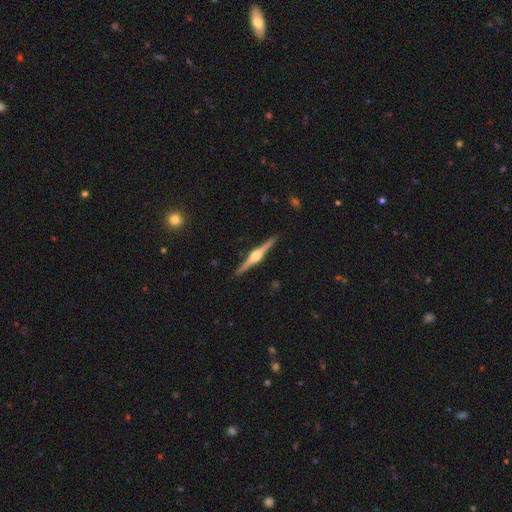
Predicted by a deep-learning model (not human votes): featured or disk 85%, smooth 10%, star or artifact 5%. Down the decision tree: edge-on disk — yes (99%); edge-on bulge — rounded (92%); merging — none (92%).